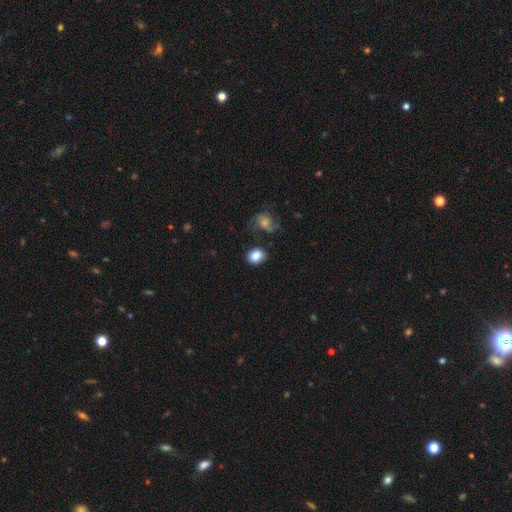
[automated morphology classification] A smooth galaxy with no disk features (83%) that is round (57%). Merging: none (73%).